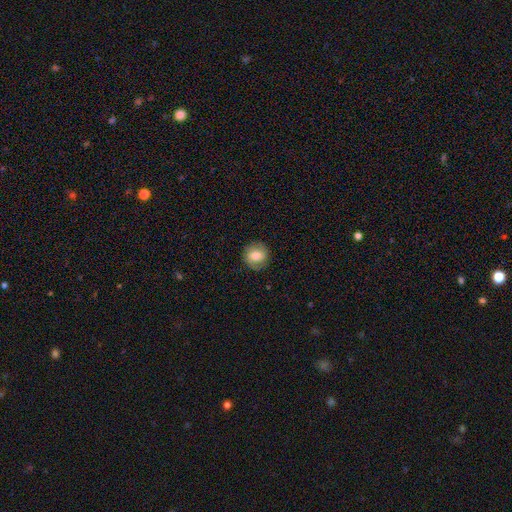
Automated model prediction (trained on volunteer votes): This is likely a smooth galaxy (68%). How rounded: clearly round (87%). Merging: clearly none (84%).